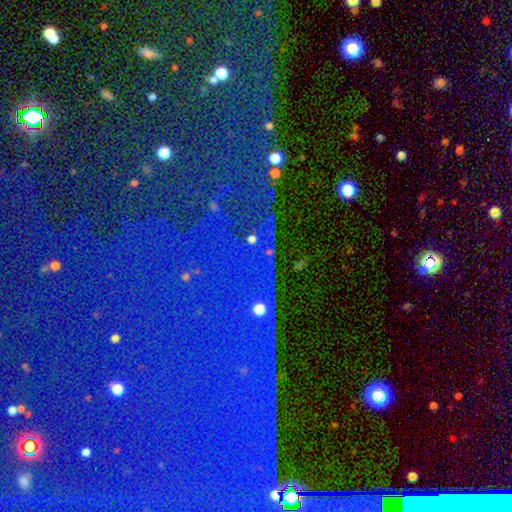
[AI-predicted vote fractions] This is clearly a star or artifact rather than a galaxy (82%).